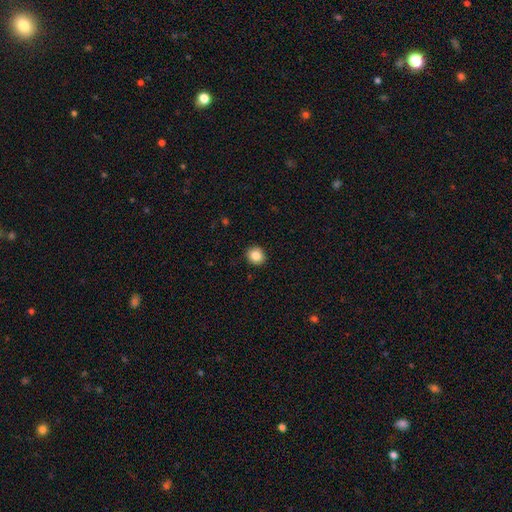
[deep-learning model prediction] A smooth galaxy with no disk features (85%) that is round (82%). Merging: none (92%).